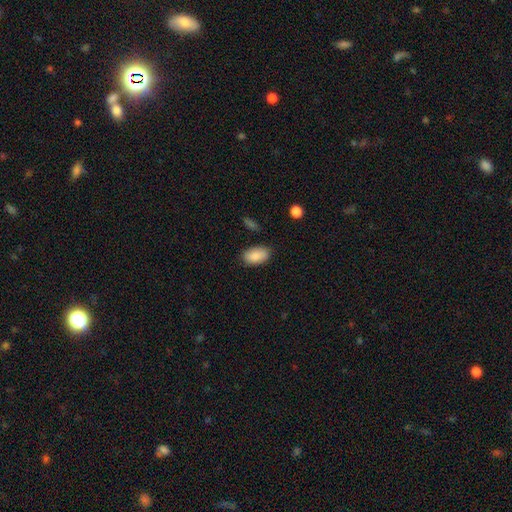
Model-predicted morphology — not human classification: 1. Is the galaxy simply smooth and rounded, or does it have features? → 88% smooth, 7% star or artifact, 5% featured or disk.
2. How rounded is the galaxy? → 94% in between, 4% round, 2% cigar-shaped.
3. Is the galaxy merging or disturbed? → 82% none, 13% minor disturbance, 3% major disturbance, 2% merger.